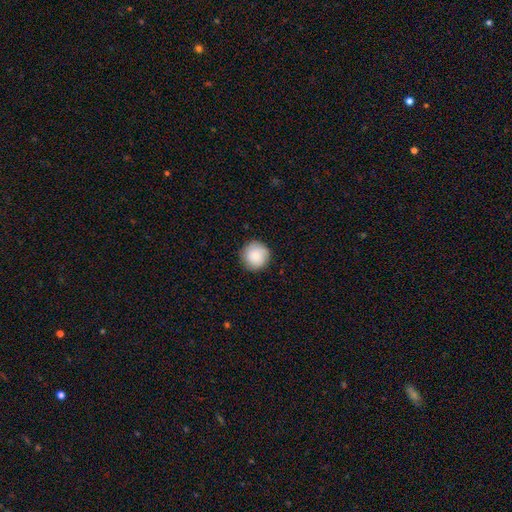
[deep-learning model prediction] smooth 81%, featured or disk 13%, star or artifact 7%. Down the decision tree: how rounded — round (94%); merging — none (86%).